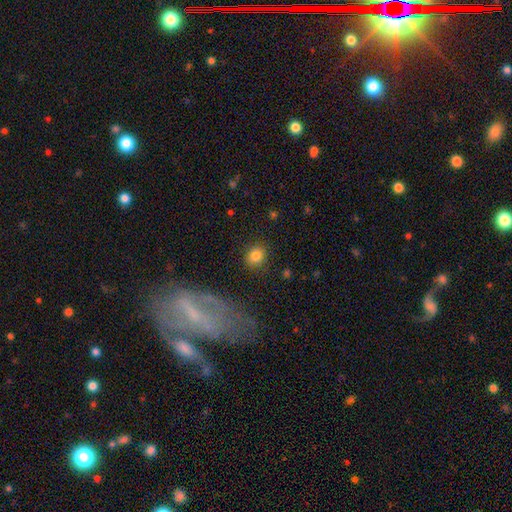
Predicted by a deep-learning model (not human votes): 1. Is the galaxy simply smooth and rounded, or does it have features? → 83% smooth, 10% star or artifact, 7% featured or disk.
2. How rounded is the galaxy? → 81% round, 18% in between, 1% cigar-shaped.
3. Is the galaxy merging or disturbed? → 88% none, 7% minor disturbance, 3% major disturbance, 2% merger.